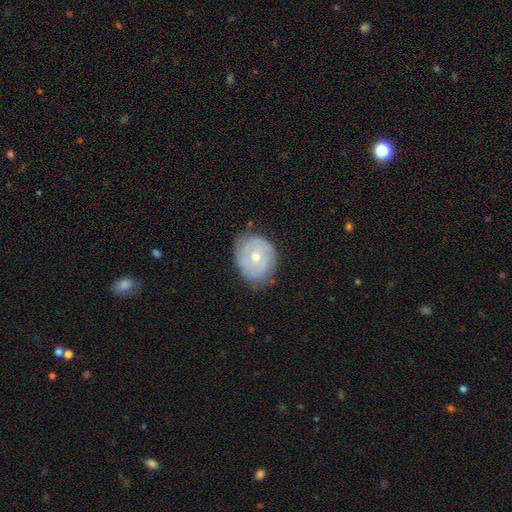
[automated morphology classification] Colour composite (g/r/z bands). It shows a featured or disk galaxy (61%) with no bar (77%), spiral arms (70%) and a moderate central bulge (67%). Merging: none (74%).